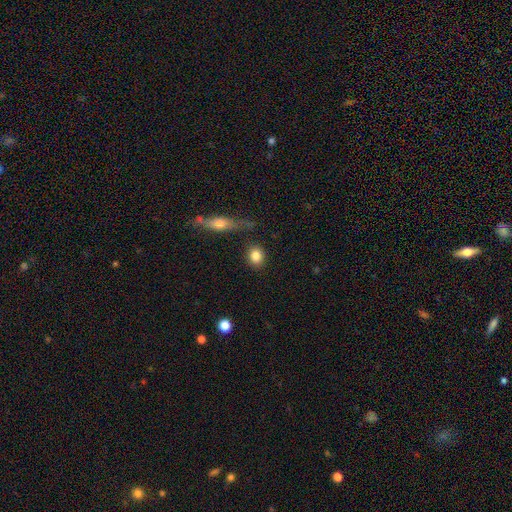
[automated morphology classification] A smooth galaxy with no disk features (83%) that is round (67%).

Vote fractions:
- Smooth or featured? smooth: 83% / star or artifact: 9% / featured or disk: 8%
- How rounded? round: 67% / in between: 30% / cigar-shaped: 3%
- Merging? none: 83% / minor disturbance: 9% / merger: 5% / major disturbance: 3%